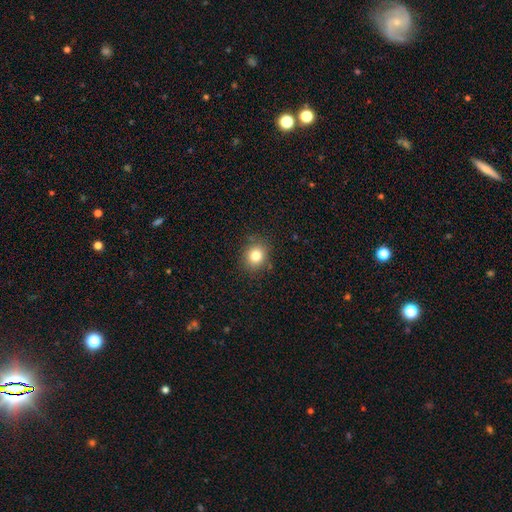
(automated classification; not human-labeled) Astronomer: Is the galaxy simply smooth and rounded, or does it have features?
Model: smooth — 81%.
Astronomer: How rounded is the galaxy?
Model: round — 75%.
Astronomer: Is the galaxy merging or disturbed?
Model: none — 84%.